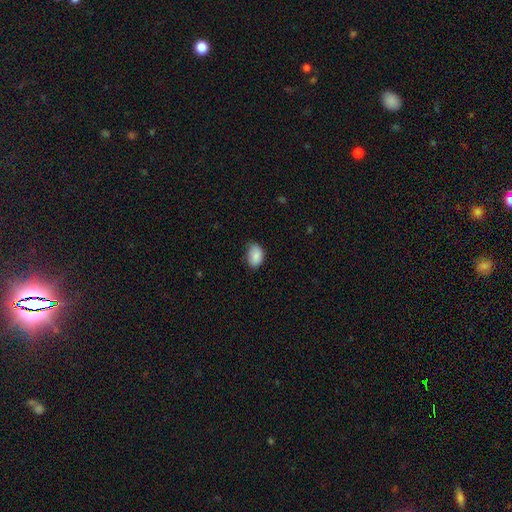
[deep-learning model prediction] Smooth or featured? smooth (87%)
How rounded? in between (84%)
Merging? none (65%)